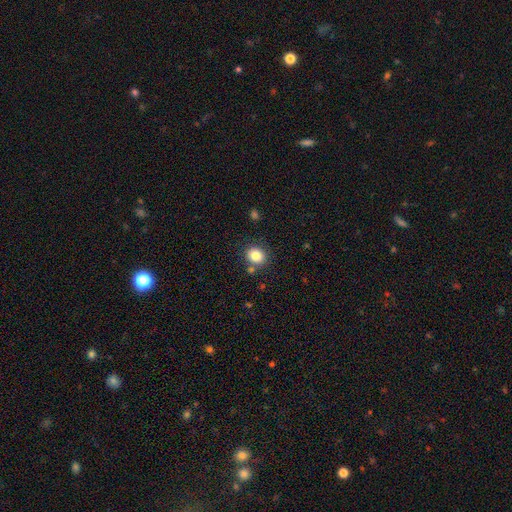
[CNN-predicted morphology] Smooth or featured: smooth — 83% (star or artifact — 10%)
How rounded: round — 66% (in between — 33%)
Merging: none — 80% (minor disturbance — 10%)